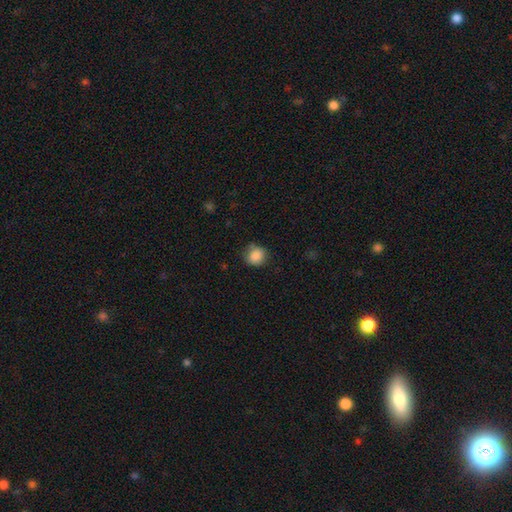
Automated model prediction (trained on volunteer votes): A smooth galaxy with no disk features (86%) that is round (82%).

Vote fractions:
- Smooth or featured? smooth: 86% / star or artifact: 9% / featured or disk: 5%
- How rounded? round: 82% / in between: 17% / cigar-shaped: 1%
- Merging? none: 75% / minor disturbance: 19% / major disturbance: 4% / merger: 2%